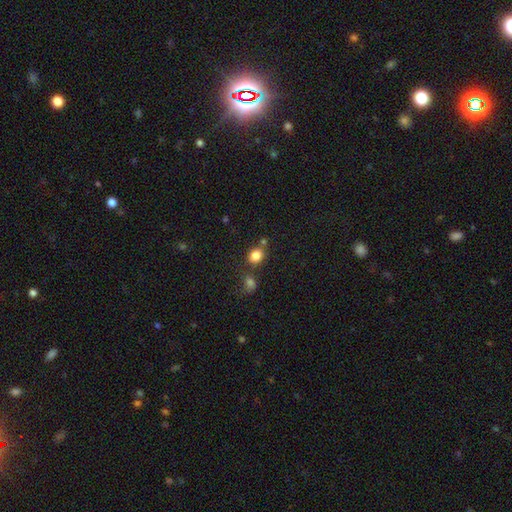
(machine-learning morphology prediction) A smooth galaxy with no disk features (82%) that is round (60%).

Vote fractions:
- Smooth or featured? smooth: 82% / star or artifact: 11% / featured or disk: 6%
- How rounded? round: 60% / in between: 39% / cigar-shaped: 1%
- Merging? none: 63% / merger: 20% / minor disturbance: 12% / major disturbance: 5%